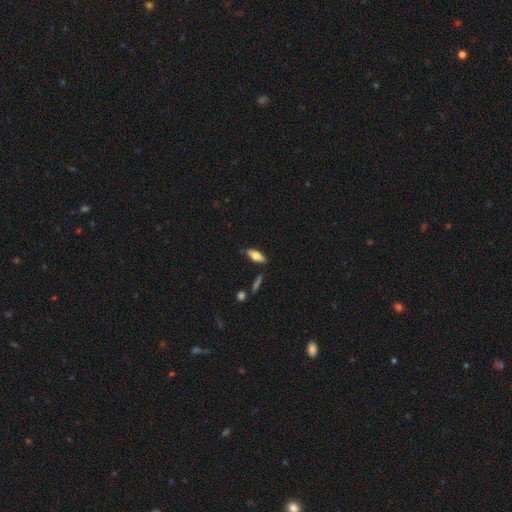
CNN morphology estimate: smooth 65%, featured or disk 28%, star or artifact 7%. Down the decision tree: how rounded — in between (72%); merging — none (82%).